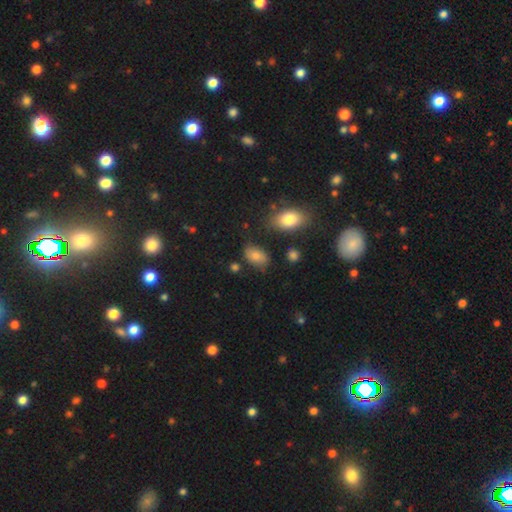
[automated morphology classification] smooth 74%, featured or disk 14%, star or artifact 11%. Down the decision tree: how rounded — in between (88%); merging — none (71%).